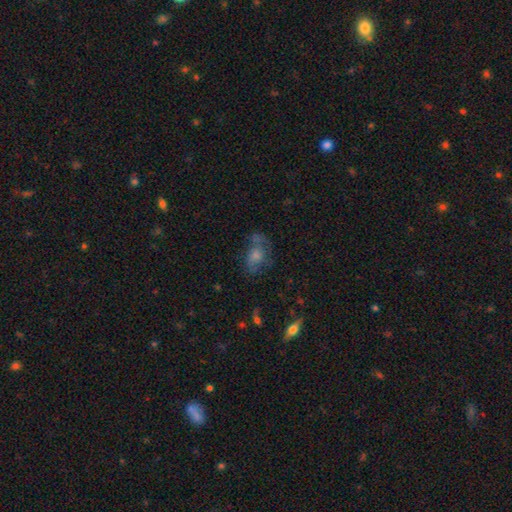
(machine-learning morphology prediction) A smooth galaxy with no disk features (42%).

Vote fractions:
- Smooth or featured? smooth: 42% / featured or disk: 41% / star or artifact: 17%
- Merging? none: 48% / minor disturbance: 23% / major disturbance: 19% / merger: 10%